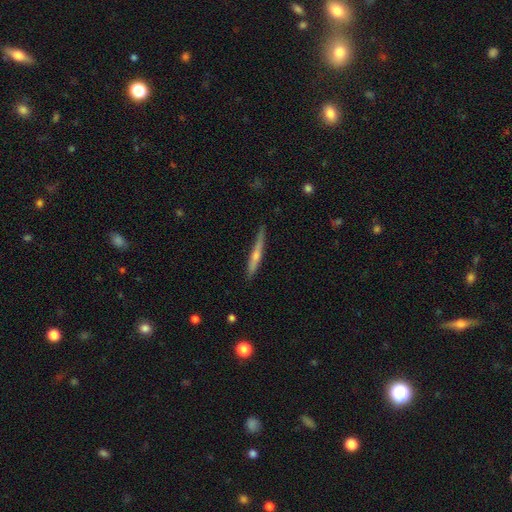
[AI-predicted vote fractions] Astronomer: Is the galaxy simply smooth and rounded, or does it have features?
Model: featured or disk — 55% (runner-up: smooth, 39%).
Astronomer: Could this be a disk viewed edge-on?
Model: yes — 96%.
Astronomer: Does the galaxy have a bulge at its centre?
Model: rounded — 69%.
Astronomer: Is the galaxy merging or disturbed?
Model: none — 83%.